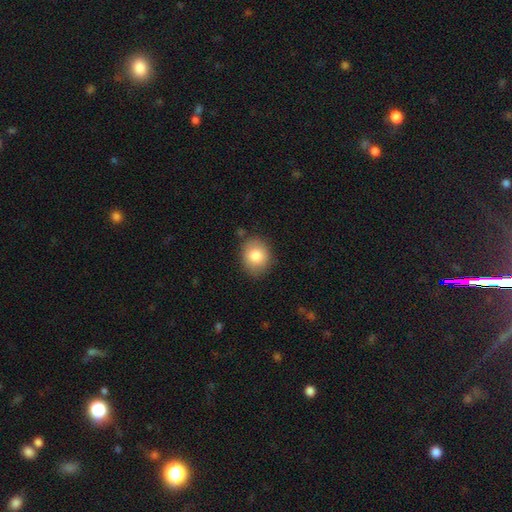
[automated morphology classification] Smooth or featured: smooth — 82% (featured or disk — 10%)
How rounded: round — 65% (in between — 34%)
Merging: none — 84% (minor disturbance — 12%)